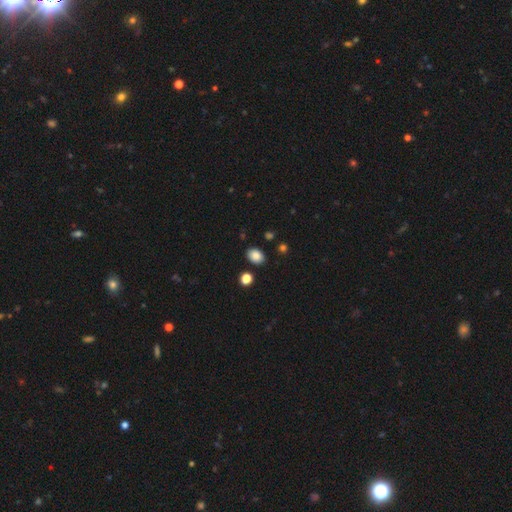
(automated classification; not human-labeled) Smooth or featured: smooth — 86% (star or artifact — 10%)
How rounded: in between — 67% (round — 32%)
Merging: none — 86% (minor disturbance — 9%)